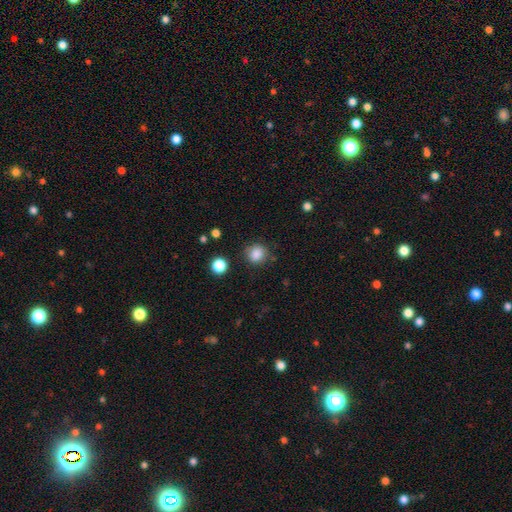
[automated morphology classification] Smooth or featured: smooth — 86% (star or artifact — 10%)
How rounded: round — 87% (in between — 12%)
Merging: none — 83% (minor disturbance — 11%)